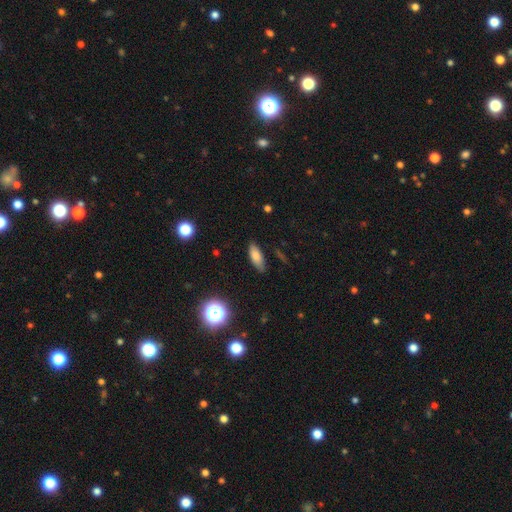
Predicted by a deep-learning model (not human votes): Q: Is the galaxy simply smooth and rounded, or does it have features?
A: smooth — 76%.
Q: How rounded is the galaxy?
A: in between — 73%.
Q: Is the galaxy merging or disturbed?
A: none — 83%.